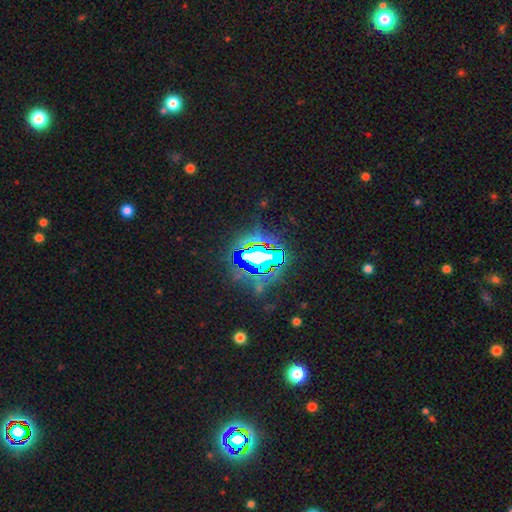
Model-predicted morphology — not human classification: Smooth or featured? star or artifact (75%)